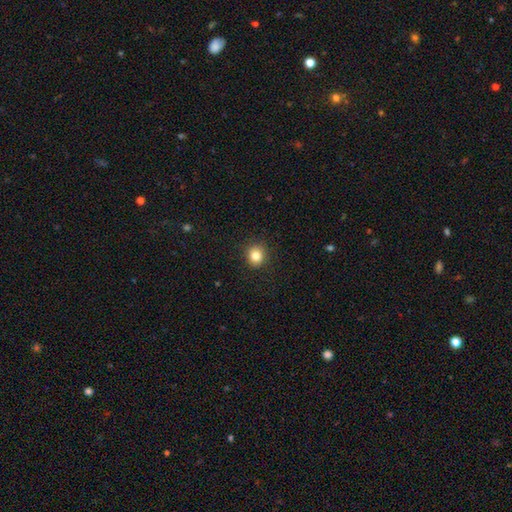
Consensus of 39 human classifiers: smooth 82%, featured or disk 13%, star or artifact 5%. Down the decision tree: how rounded — round (75%); merging — none (89%).